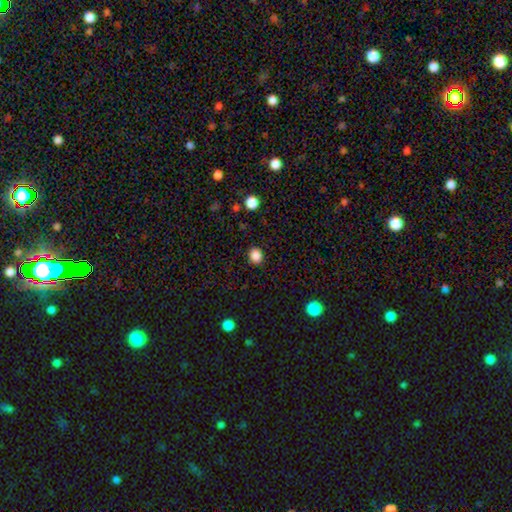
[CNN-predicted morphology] Smooth or featured? Predicted: smooth (p=0.86). How rounded? Predicted: round (p=0.74). Merging? Predicted: none (p=0.90).